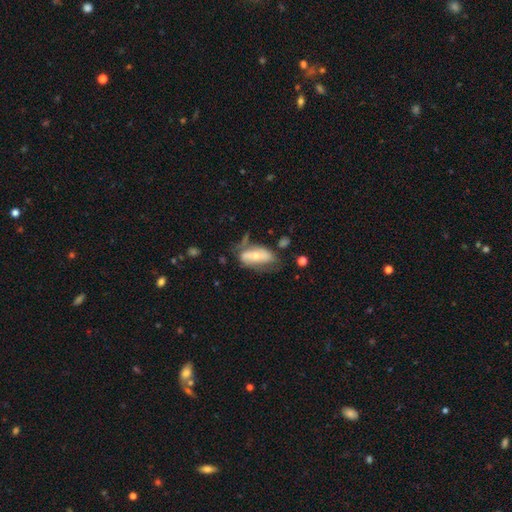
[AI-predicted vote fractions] Smooth or featured? smooth (49%)
Merging? none (42%)